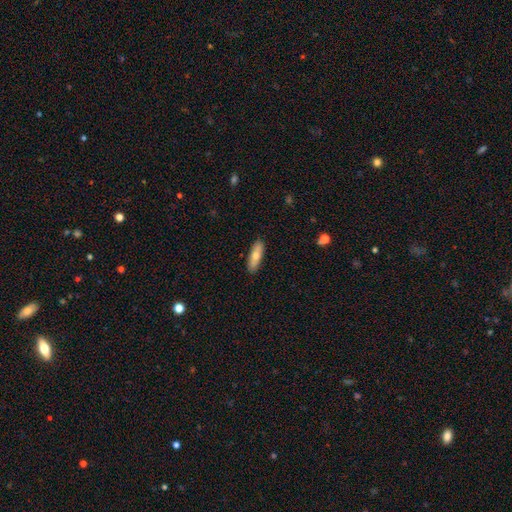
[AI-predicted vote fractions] The model was most divided on "how rounded": in between: 51%, cigar-shaped: 47%, round: 2%. More confident: merging — none (89%); smooth or featured — smooth (67%).